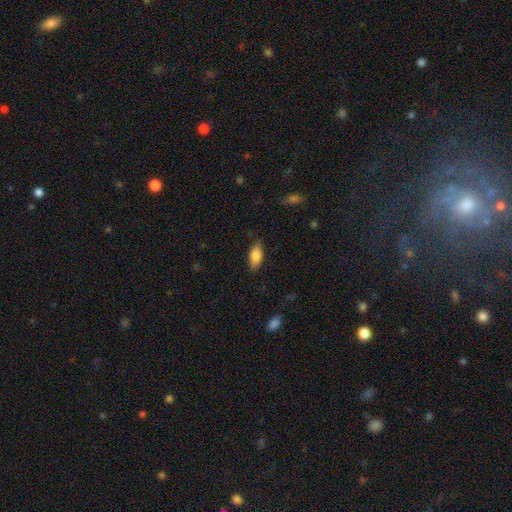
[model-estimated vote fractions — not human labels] This appears to be a smooth galaxy with no disk features (81%) that is in between round and cigar-shaped (88%). Merging: none (81%).